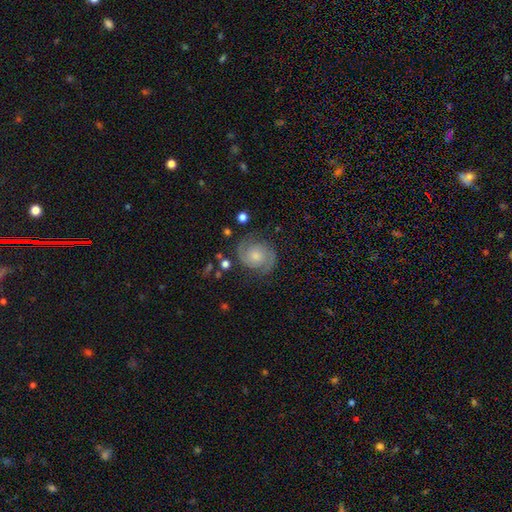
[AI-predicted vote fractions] Overall: featured or disk (84%). Edge-on disk: no (98%). Bar: no (69%). Spiral arms: yes (97%). Spiral arm count: 2 (92%). Spiral winding: medium (47%; tight 42%). Bulge size: moderate (45%; small 38%). Merging: none (80%).